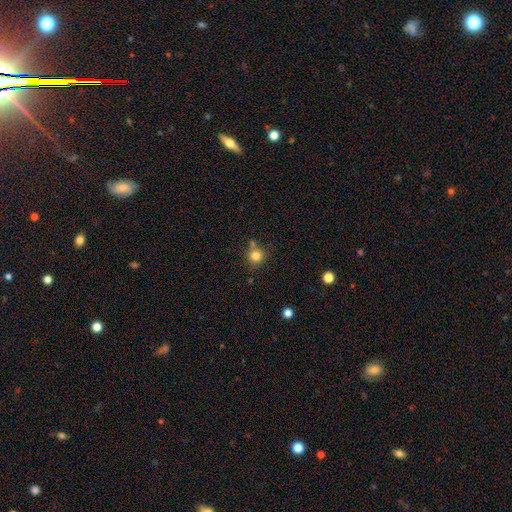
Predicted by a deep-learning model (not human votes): A smooth galaxy with no disk features (81%) that is round (91%). Merging: none (67%).